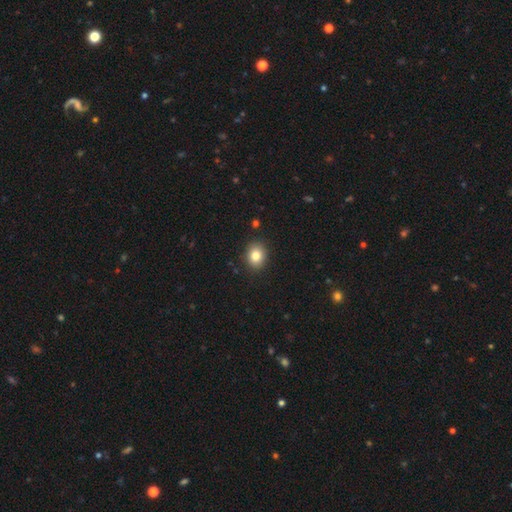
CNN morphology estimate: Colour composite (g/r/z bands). It shows a smooth galaxy with no disk features (82%) that is round (57%). Merging: none (89%).